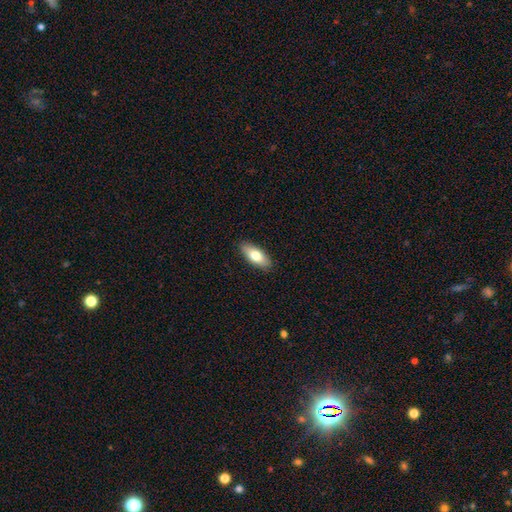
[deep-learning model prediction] smooth_or_featured: smooth (p=0.74) [alt: featured or disk p=0.20]
how_rounded: in between (p=0.79) [alt: cigar-shaped p=0.18]
merging: none (p=0.89) [alt: minor disturbance p=0.08]